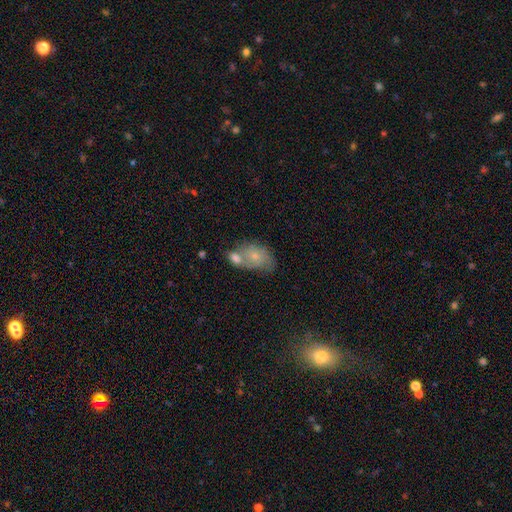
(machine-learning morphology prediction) type=smooth (61%); roundness=in between (82%); merging=merger (52%).